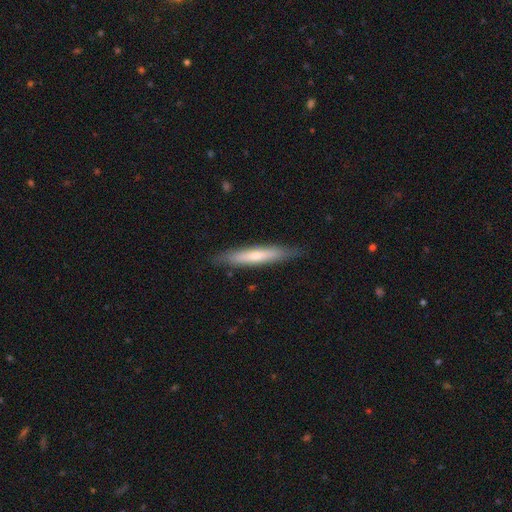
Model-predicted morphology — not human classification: smooth 58%, featured or disk 36%, star or artifact 5%. Down the decision tree: how rounded — cigar-shaped (91%); merging — none (85%).